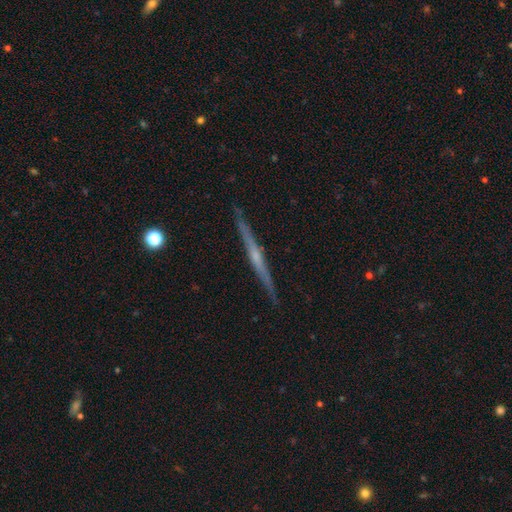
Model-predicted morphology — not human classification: Overall: featured or disk (78%). Edge-on disk: yes (98%). Edge-on bulge: rounded (58%; none 33%). Merging: none (92%).